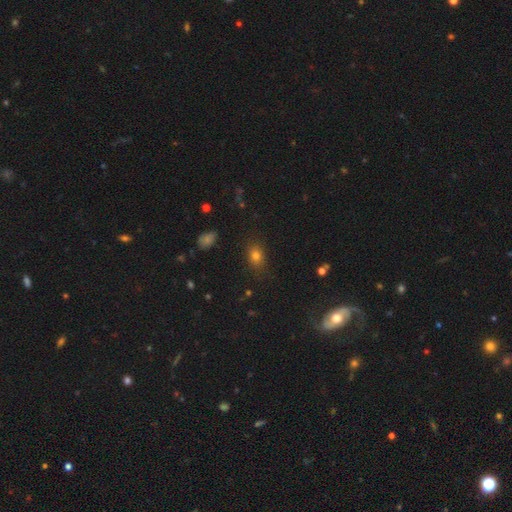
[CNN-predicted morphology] Smooth or featured? Predicted: smooth (p=0.77). How rounded? Predicted: in between (p=0.68). Merging? Predicted: none (p=0.82).